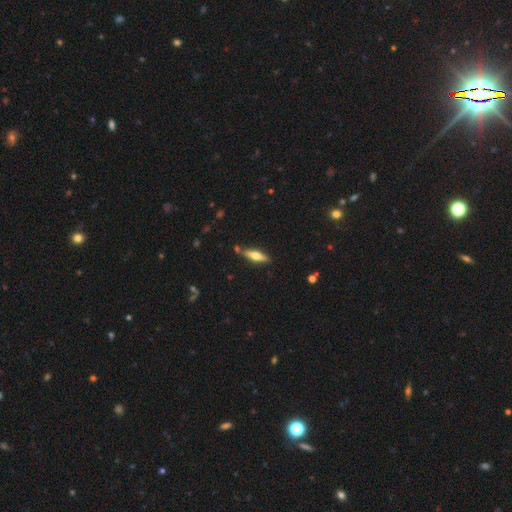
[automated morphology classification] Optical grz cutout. It shows a featured or disk galaxy (49%). Merging: none (82%).